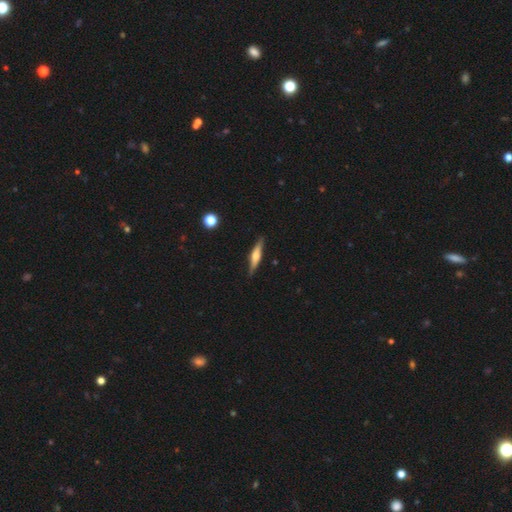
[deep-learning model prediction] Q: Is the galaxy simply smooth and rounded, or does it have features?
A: featured or disk — 56%.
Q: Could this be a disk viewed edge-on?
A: yes — 95%.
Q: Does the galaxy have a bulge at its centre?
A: rounded — 83%.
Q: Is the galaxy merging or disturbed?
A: none — 86%.